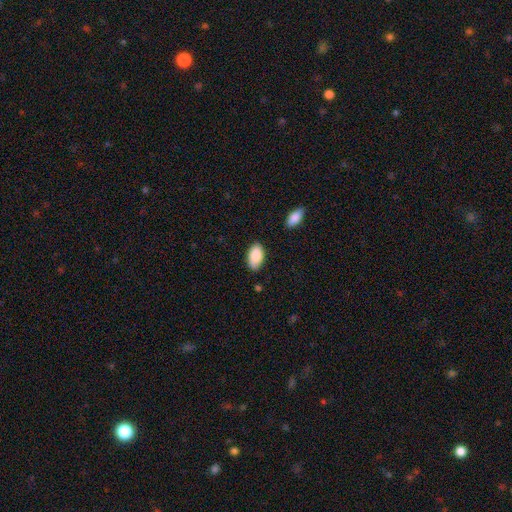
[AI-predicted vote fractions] Morphology: type=smooth (88%); roundness=in between (95%); merging=none (82%).